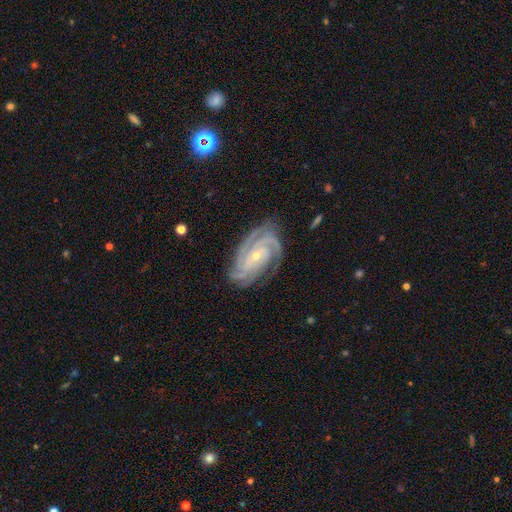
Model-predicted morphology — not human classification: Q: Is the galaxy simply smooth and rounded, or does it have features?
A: featured or disk — 91%.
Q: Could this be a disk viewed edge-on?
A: no — 97%.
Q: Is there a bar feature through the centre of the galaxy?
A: no — 60%.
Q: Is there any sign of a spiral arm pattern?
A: yes — 99%.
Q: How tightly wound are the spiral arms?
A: tight — 74%.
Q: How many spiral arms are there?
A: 3 — 35%.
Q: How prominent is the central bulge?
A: small — 74%.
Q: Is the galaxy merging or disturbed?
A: none — 79%.